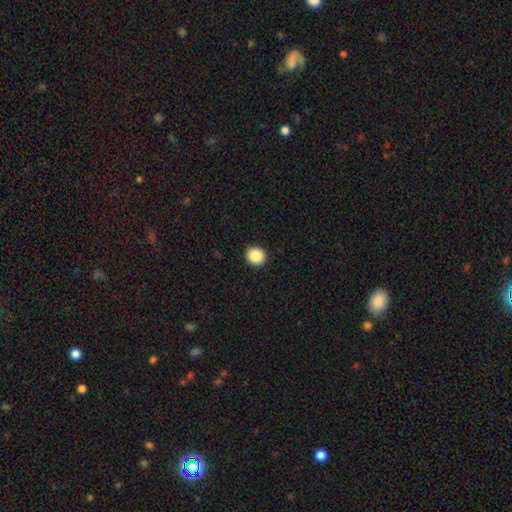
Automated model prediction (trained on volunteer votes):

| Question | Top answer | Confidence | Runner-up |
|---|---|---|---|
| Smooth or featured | smooth | 87% | star or artifact (9%) |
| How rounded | round | 89% | in between (10%) |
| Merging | none | 93% | minor disturbance (5%) |